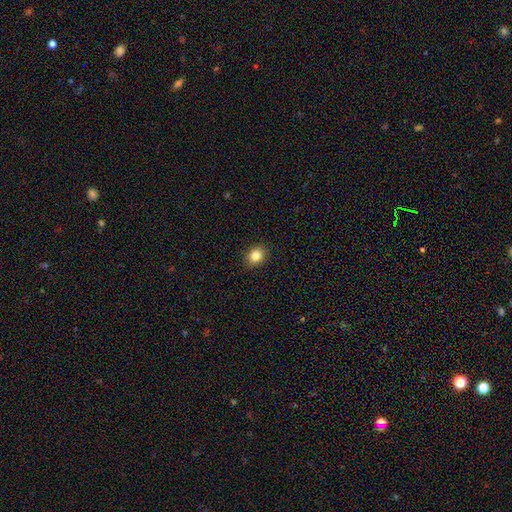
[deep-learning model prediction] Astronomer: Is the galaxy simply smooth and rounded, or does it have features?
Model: smooth — 84%.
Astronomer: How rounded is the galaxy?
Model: in between — 50% (runner-up: round, 49%).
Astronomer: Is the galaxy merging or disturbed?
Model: none — 90%.